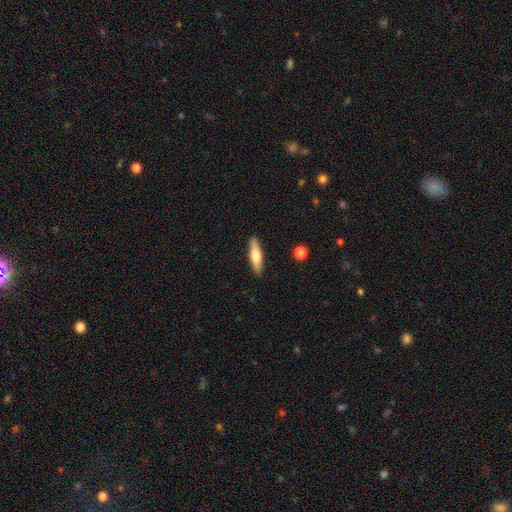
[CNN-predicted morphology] Smooth or featured?
  - smooth: 59% *
  - featured or disk: 35%
  - star or artifact: 6%
How rounded?
  - cigar-shaped: 63% *
  - in between: 35%
  - round: 2%
Merging?
  - none: 89% *
  - minor disturbance: 8%
  - major disturbance: 2%
  - merger: 1%